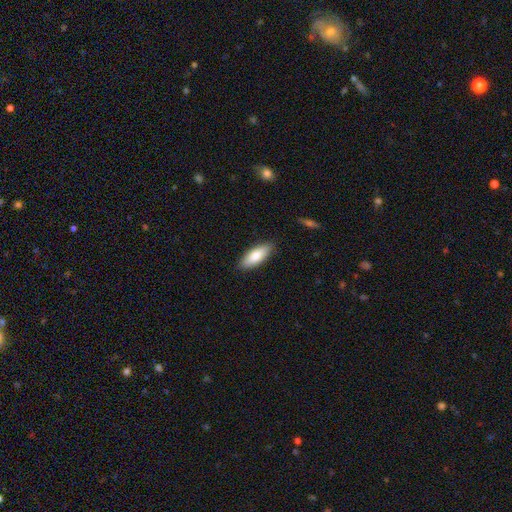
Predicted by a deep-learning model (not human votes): This is clearly a smooth galaxy (80%). How rounded: likely in between (75%). Merging: clearly none (88%).